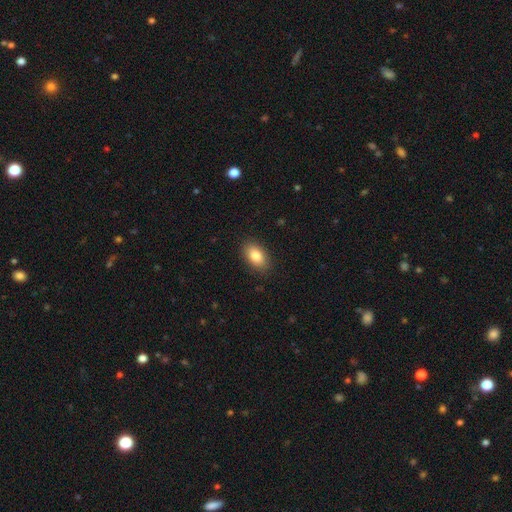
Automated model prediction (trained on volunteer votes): Smooth or featured?
  - smooth: 84% *
  - featured or disk: 9%
  - star or artifact: 8%
How rounded?
  - in between: 91% *
  - round: 7%
  - cigar-shaped: 2%
Merging?
  - none: 87% *
  - minor disturbance: 9%
  - major disturbance: 2%
  - merger: 1%